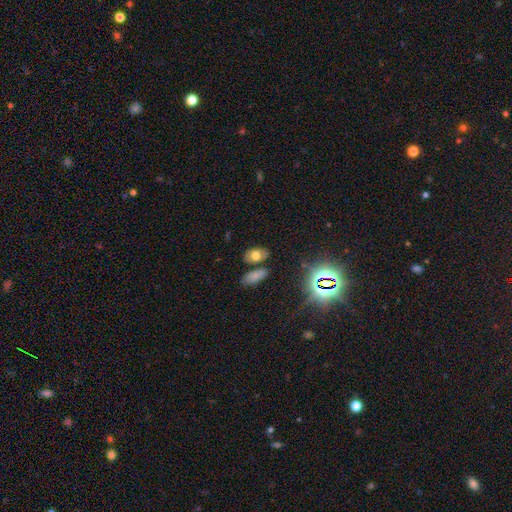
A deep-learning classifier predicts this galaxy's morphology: smooth-or-featured: smooth: 66% | star or artifact: 18% | featured or disk: 16%
  how-rounded: in between: 86% | round: 11% | cigar-shaped: 3%
  merging: none: 70% | merger: 14% | minor disturbance: 12% | major disturbance: 4%